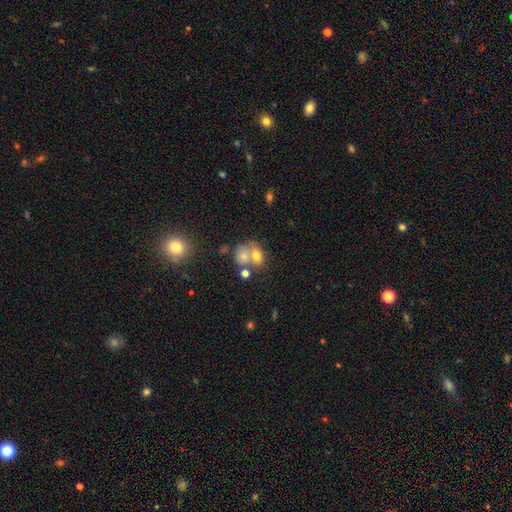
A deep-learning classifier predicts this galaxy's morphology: A smooth galaxy with no disk features (68%) that is round (50%). Merging: merger (56%).